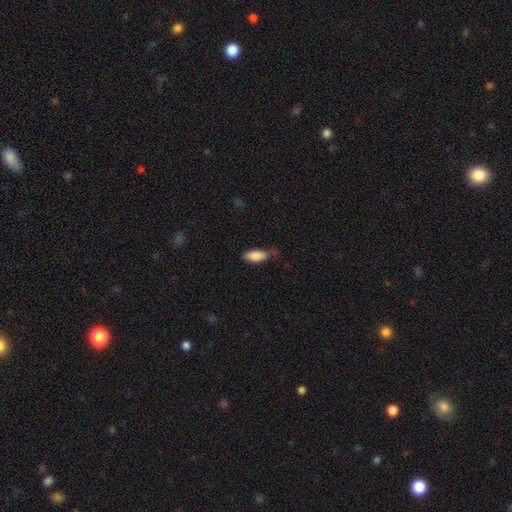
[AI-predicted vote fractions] Smooth or featured? smooth (87%)
How rounded? in between (89%)
Merging? none (53%)